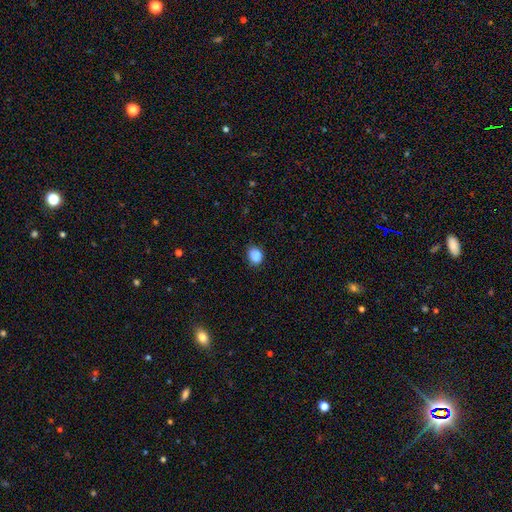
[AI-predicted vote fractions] Overall: smooth (81%). How rounded: round (55%; in between 44%). Merging: none (67%).